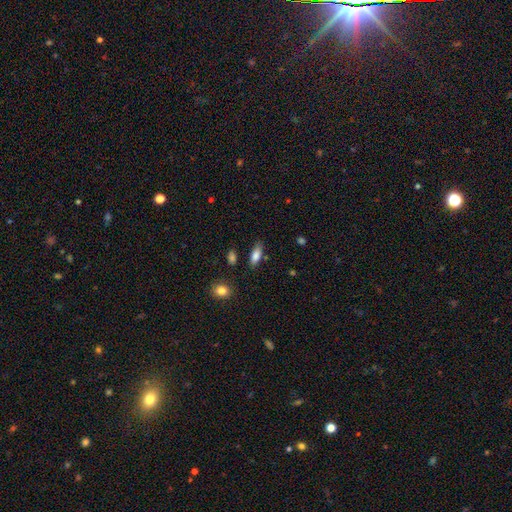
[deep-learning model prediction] Smooth or featured: smooth — 81% (featured or disk — 12%)
How rounded: in between — 72% (cigar-shaped — 25%)
Merging: none — 77% (minor disturbance — 16%)